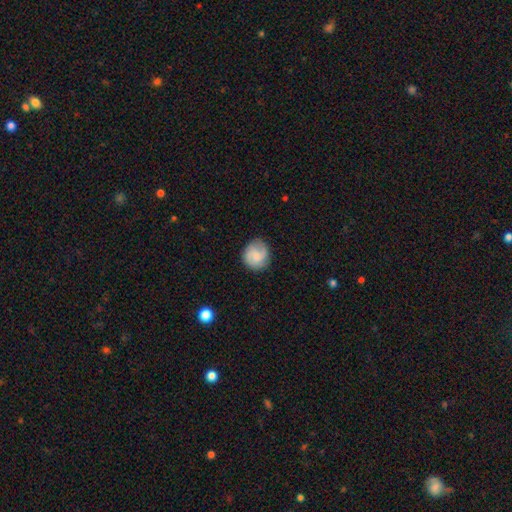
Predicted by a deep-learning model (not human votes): The model was most divided on "smooth or featured": smooth: 56%, featured or disk: 37%, star or artifact: 8%. More confident: how rounded — round (86%); merging — none (81%).